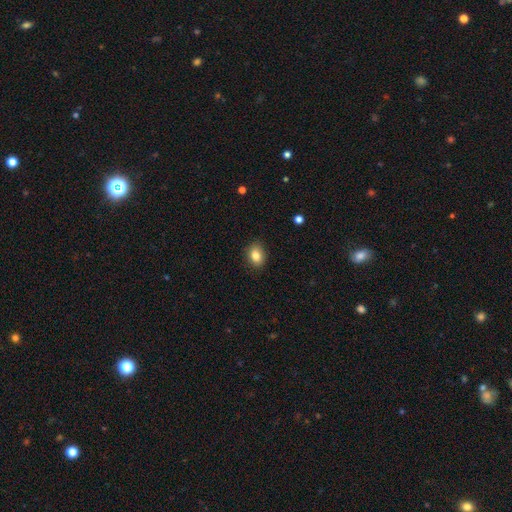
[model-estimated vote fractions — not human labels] A smooth galaxy with no disk features (83%) that is in between round and cigar-shaped (64%).

Vote fractions:
- Smooth or featured? smooth: 83% / star or artifact: 9% / featured or disk: 8%
- How rounded? in between: 64% / round: 34% / cigar-shaped: 1%
- Merging? none: 87% / minor disturbance: 10% / major disturbance: 2% / merger: 1%